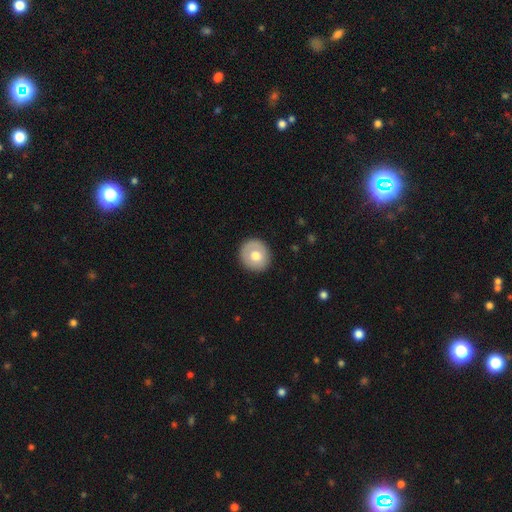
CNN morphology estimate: Smooth or featured?
  - smooth: 67% *
  - featured or disk: 27%
  - star or artifact: 7%
How rounded?
  - round: 90% *
  - in between: 9%
  - cigar-shaped: 1%
Merging?
  - none: 87% *
  - minor disturbance: 9%
  - major disturbance: 3%
  - merger: 1%